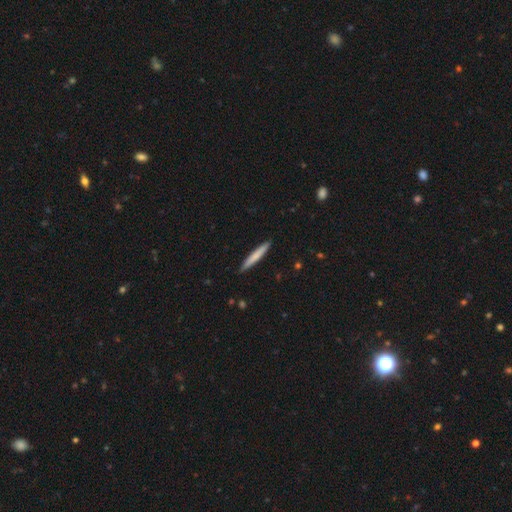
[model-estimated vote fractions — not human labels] Q: Smooth or featured?
A: smooth (72%); runner-up: featured or disk (23%)
Q: How rounded?
A: cigar-shaped (96%); runner-up: in between (3%)
Q: Merging?
A: none (91%); runner-up: minor disturbance (7%)